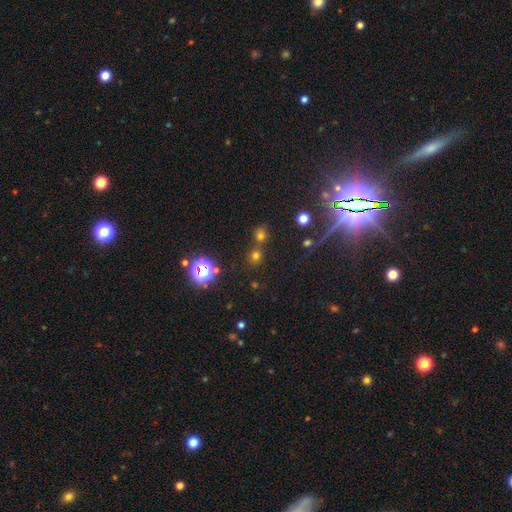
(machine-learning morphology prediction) The model was most divided on "smooth or featured": smooth: 59%, star or artifact: 34%, featured or disk: 7%. More confident: how rounded — round (88%); merging — none (69%).